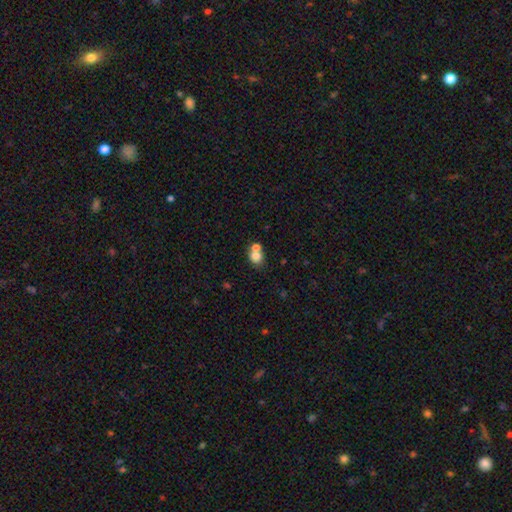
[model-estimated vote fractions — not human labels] Smooth or featured?
  - smooth: 76% *
  - featured or disk: 12%
  - star or artifact: 11%
How rounded?
  - round: 64% *
  - in between: 35%
  - cigar-shaped: 1%
Merging?
  - merger: 49% *
  - none: 41%
  - minor disturbance: 7%
  - major disturbance: 3%